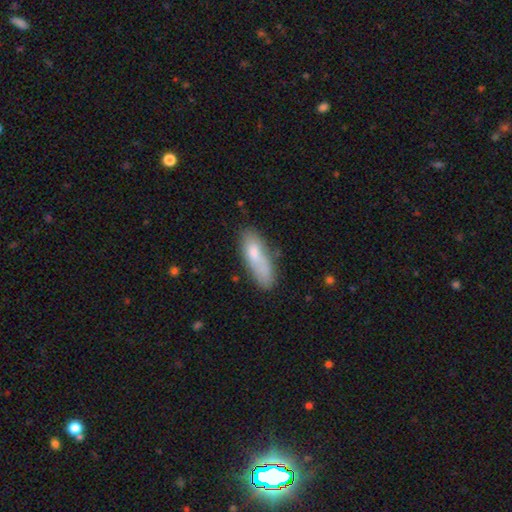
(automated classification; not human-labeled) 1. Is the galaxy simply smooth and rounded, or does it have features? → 74% smooth, 19% featured or disk, 7% star or artifact.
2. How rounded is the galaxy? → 53% in between, 45% cigar-shaped, 2% round.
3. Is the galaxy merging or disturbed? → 55% none, 25% minor disturbance, 12% merger, 9% major disturbance.